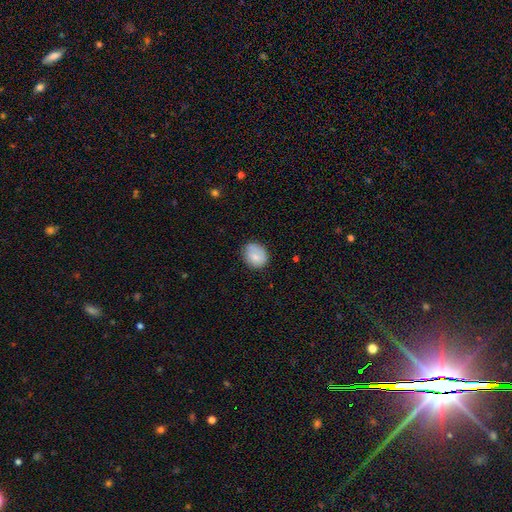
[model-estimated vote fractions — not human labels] Q: Smooth or featured?
A: smooth (79%); runner-up: featured or disk (14%)
Q: How rounded?
A: round (57%); runner-up: in between (42%)
Q: Merging?
A: none (70%); runner-up: minor disturbance (23%)